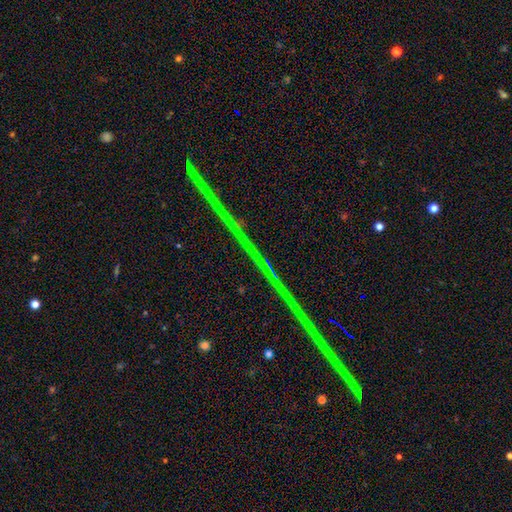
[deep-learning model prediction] Smooth or featured? Predicted: star or artifact (p=0.81).